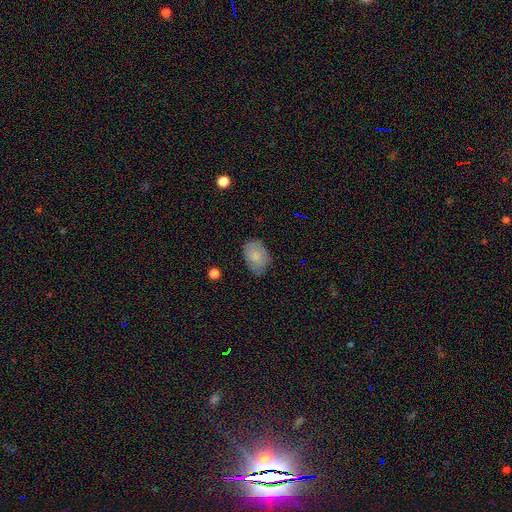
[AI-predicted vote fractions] Q: Smooth or featured?
A: smooth (79%); runner-up: featured or disk (13%)
Q: How rounded?
A: in between (85%); runner-up: round (14%)
Q: Merging?
A: none (72%); runner-up: minor disturbance (22%)